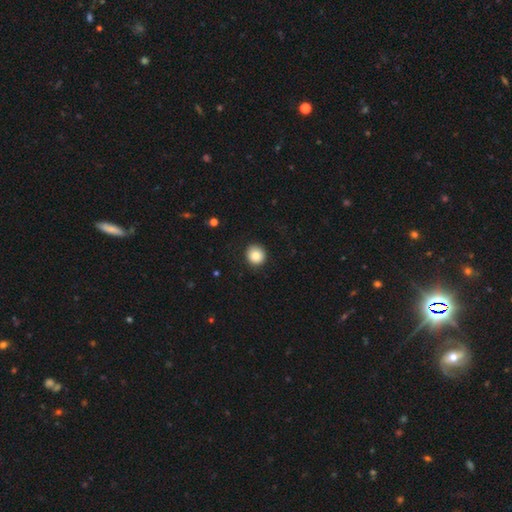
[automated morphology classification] Smooth or featured? smooth (85%)
How rounded? round (92%)
Merging? none (90%)